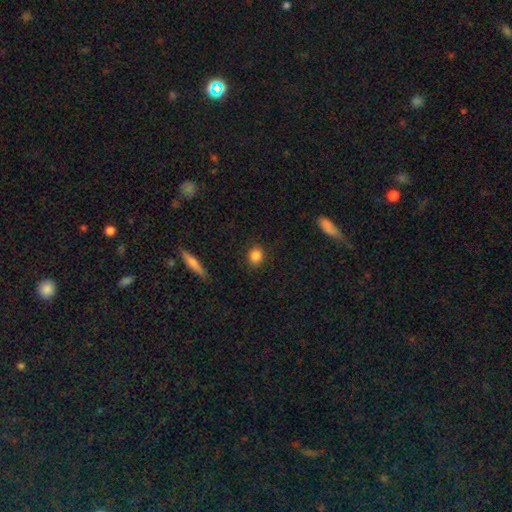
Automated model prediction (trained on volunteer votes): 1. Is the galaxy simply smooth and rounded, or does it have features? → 85% smooth, 9% star or artifact, 6% featured or disk.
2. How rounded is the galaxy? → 66% round, 32% in between, 2% cigar-shaped.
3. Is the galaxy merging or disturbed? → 87% none, 9% minor disturbance, 2% major disturbance, 1% merger.